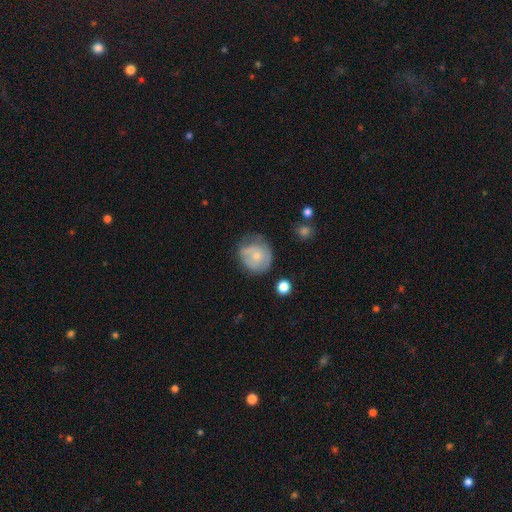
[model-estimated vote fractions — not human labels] Q: Smooth or featured?
A: smooth (55%); runner-up: featured or disk (38%)
Q: How rounded?
A: round (82%); runner-up: in between (17%)
Q: Merging?
A: none (49%); runner-up: minor disturbance (32%)